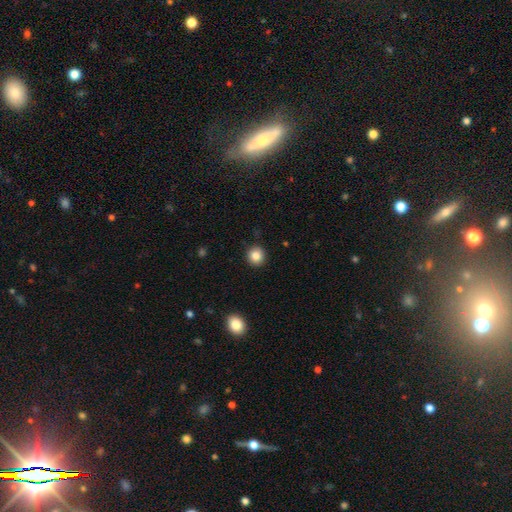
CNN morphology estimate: Smooth or featured? Predicted: smooth (p=0.85). How rounded? Predicted: round (p=0.92). Merging? Predicted: none (p=0.91).